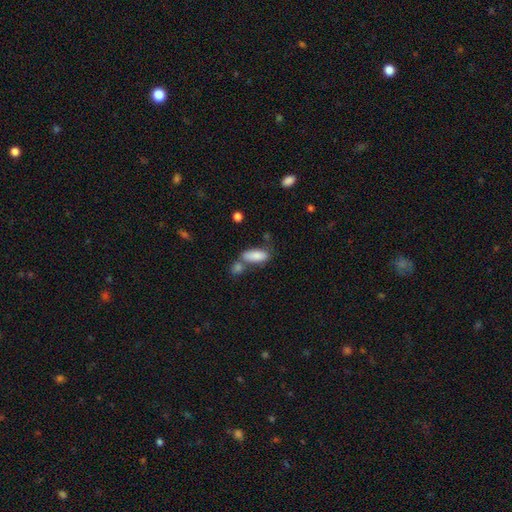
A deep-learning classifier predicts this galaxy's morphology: type=smooth (84%); roundness=in between (79%); merging=none (47%).